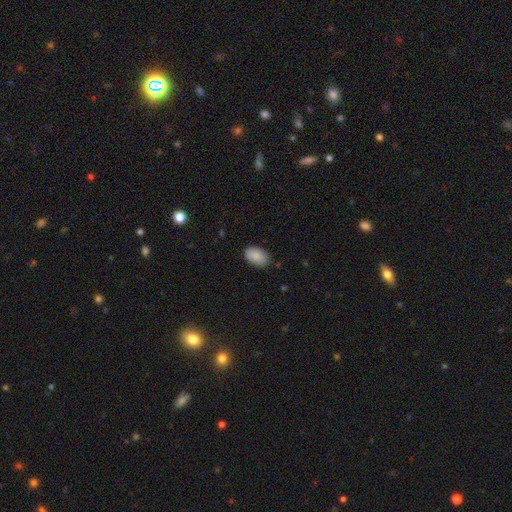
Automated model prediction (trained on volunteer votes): Q: Smooth or featured?
A: smooth (89%); runner-up: star or artifact (7%)
Q: How rounded?
A: in between (92%); runner-up: round (7%)
Q: Merging?
A: none (83%); runner-up: minor disturbance (13%)